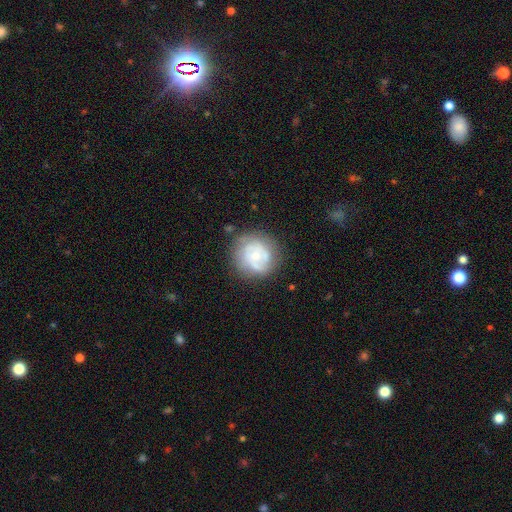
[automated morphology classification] The model was most divided on "bulge size": small: 55%, moderate: 34%, none: 6%, large: 4%, dominant: 1%. More confident: edge-on disk — no (98%); bar — no (78%); merging — none (69%); spiral arms — yes (68%); smooth or featured — featured or disk (57%).